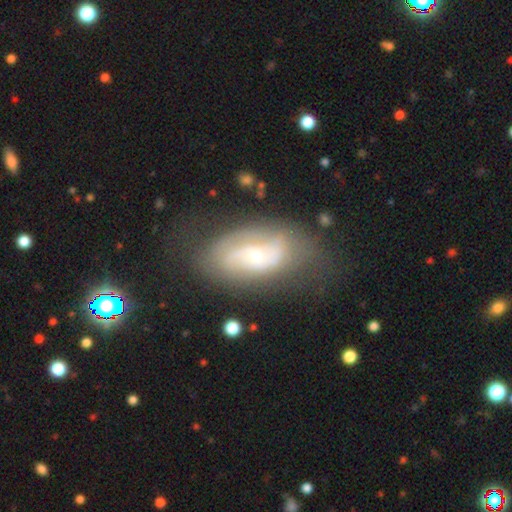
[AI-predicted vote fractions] Q: Smooth or featured?
A: featured or disk (68%); runner-up: smooth (24%)
Q: Edge-on disk?
A: no (92%); runner-up: yes (8%)
Q: Bar?
A: no (64%); runner-up: weak (28%)
Q: Spiral arms?
A: yes (78%); runner-up: no (22%)
Q: Bulge size?
A: small (65%); runner-up: moderate (29%)
Q: Merging?
A: none (57%); runner-up: minor disturbance (24%)